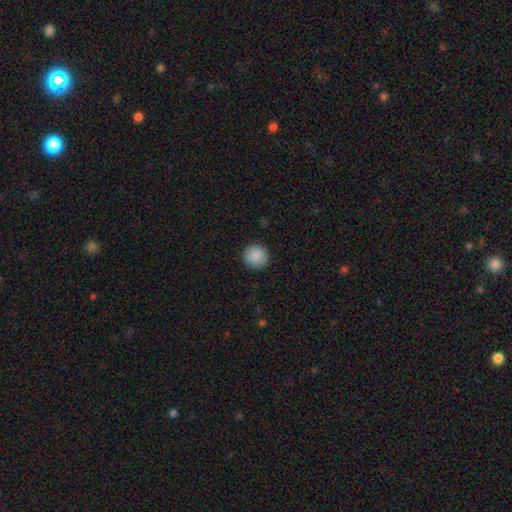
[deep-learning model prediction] The model was most divided on "smooth or featured": smooth: 89%, star or artifact: 7%, featured or disk: 3%. More confident: how rounded — round (95%); merging — none (92%).